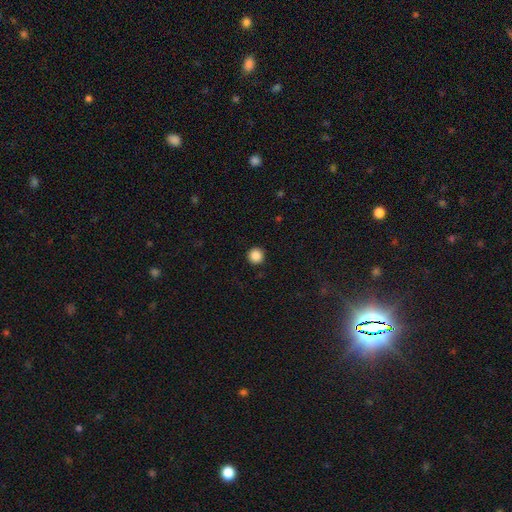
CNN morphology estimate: type=smooth (88%); roundness=round (96%); merging=none (93%).